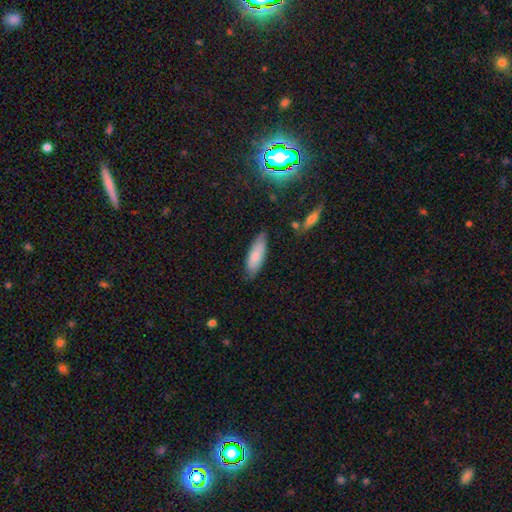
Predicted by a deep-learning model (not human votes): This is likely a smooth galaxy (80%). How rounded: possibly in between (58%). Merging: likely none (78%).